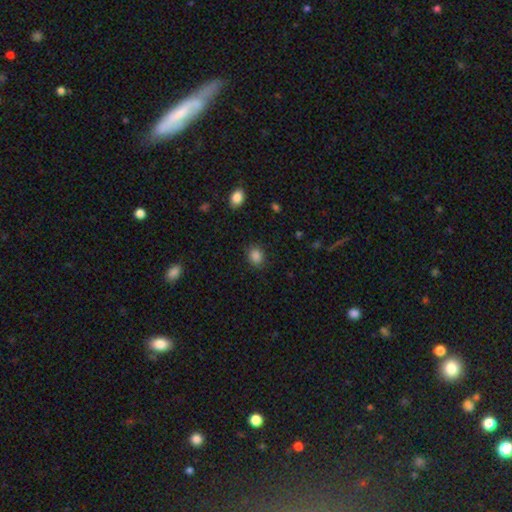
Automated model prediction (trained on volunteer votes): Smooth or featured: smooth — 86% (star or artifact — 10%)
How rounded: round — 61% (in between — 38%)
Merging: none — 86% (minor disturbance — 10%)